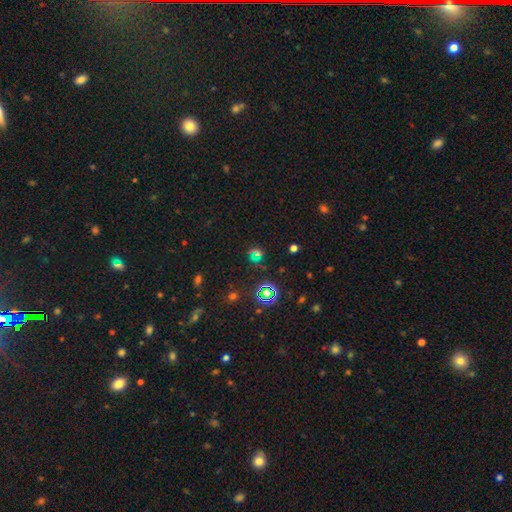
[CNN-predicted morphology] Smooth or featured: star or artifact — 56% (smooth — 30%)